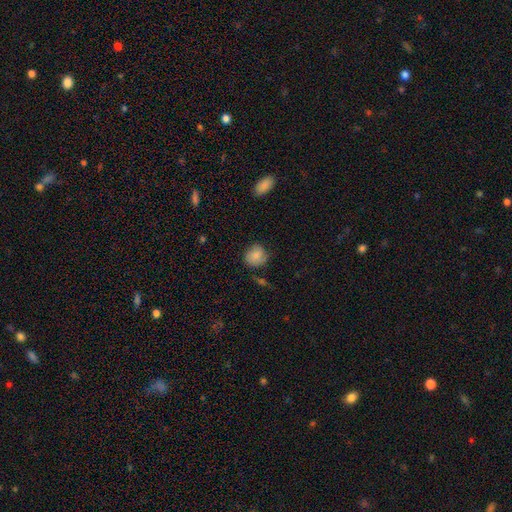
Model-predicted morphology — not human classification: A smooth galaxy with no disk features (84%) that is round (78%). Merging: none (70%).